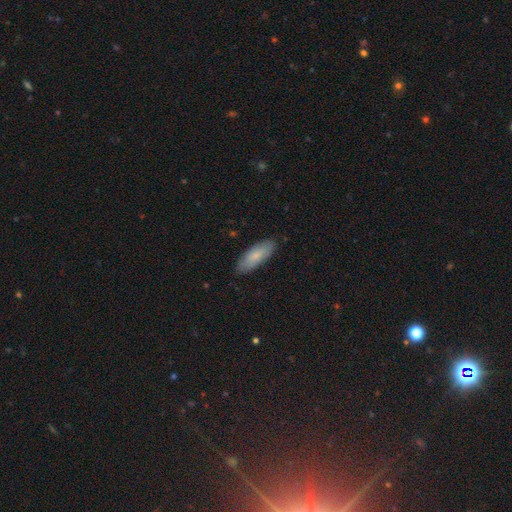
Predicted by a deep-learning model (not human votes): Morphology: type=smooth (77%); roundness=in between (67%); merging=none (85%).